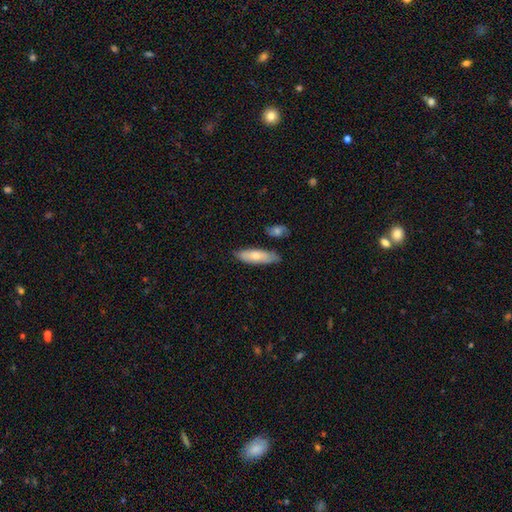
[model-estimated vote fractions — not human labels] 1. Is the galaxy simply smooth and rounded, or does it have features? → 71% smooth, 24% featured or disk, 5% star or artifact.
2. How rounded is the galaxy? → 51% in between, 47% cigar-shaped, 2% round.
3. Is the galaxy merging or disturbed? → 75% none, 17% minor disturbance, 5% merger, 3% major disturbance.